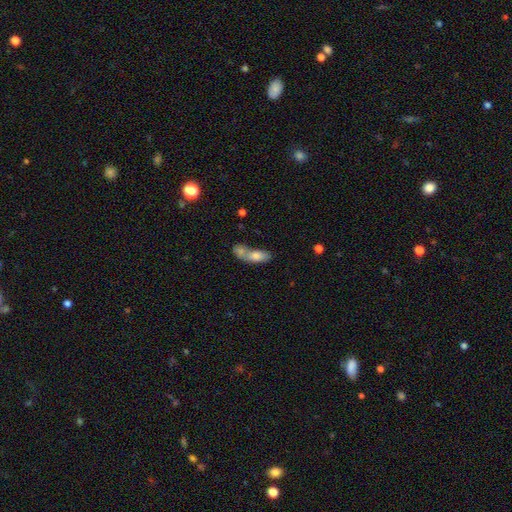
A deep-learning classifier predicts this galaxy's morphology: Smooth or featured: smooth — 74% (featured or disk — 19%)
How rounded: in between — 75% (cigar-shaped — 19%)
Merging: merger — 65% (none — 22%)